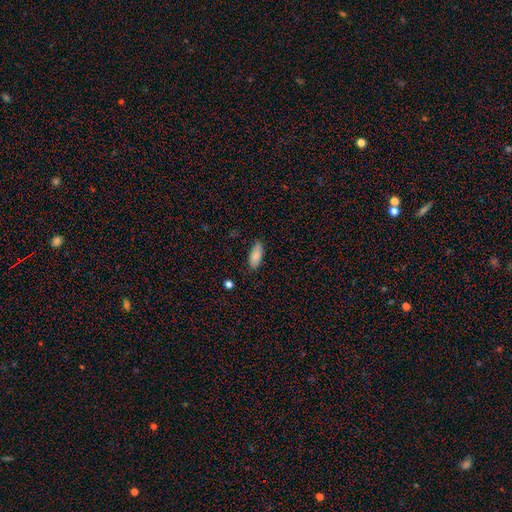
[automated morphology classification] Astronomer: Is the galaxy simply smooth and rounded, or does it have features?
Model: smooth — 88%.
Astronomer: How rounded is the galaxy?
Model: in between — 83%.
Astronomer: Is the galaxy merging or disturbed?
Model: none — 79%.